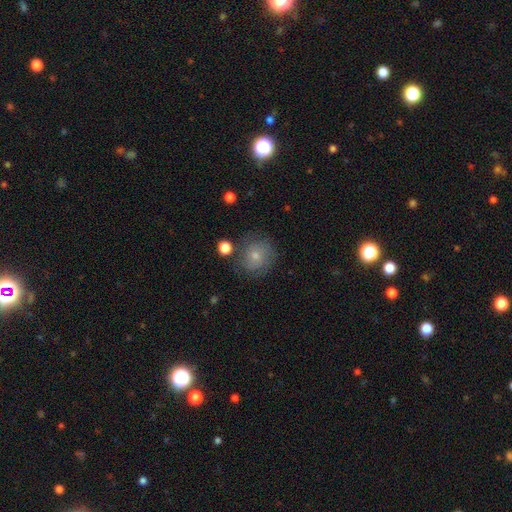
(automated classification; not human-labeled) This appears to be a smooth galaxy with no disk features (68%) that is round (84%). Merging: none (71%).